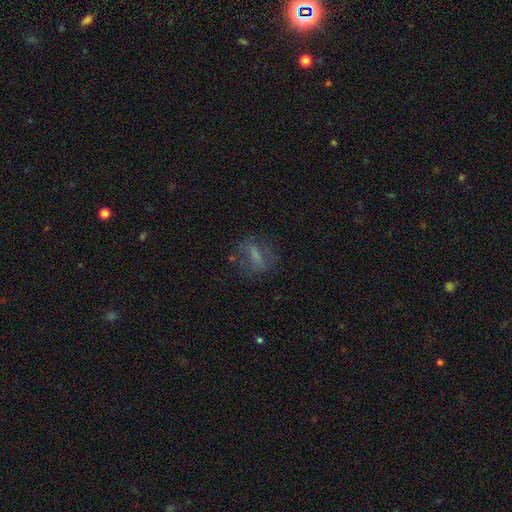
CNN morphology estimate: Smooth or featured? smooth (50%)
How rounded? in between (55%)
Merging? none (65%)